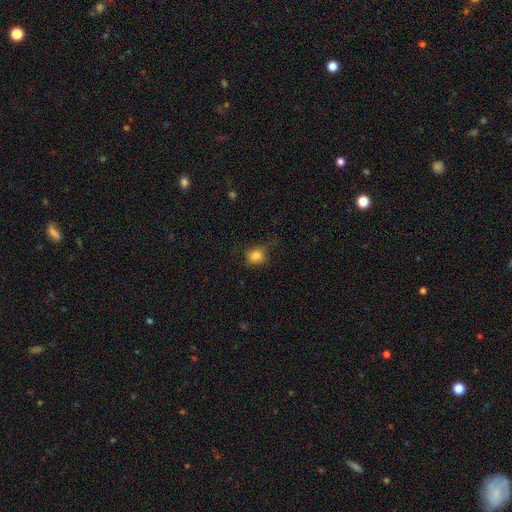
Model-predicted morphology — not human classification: smooth-or-featured: smooth: 82% | star or artifact: 11% | featured or disk: 7%
  how-rounded: round: 66% | in between: 33% | cigar-shaped: 1%
  merging: none: 57% | minor disturbance: 28% | major disturbance: 13% | merger: 2%